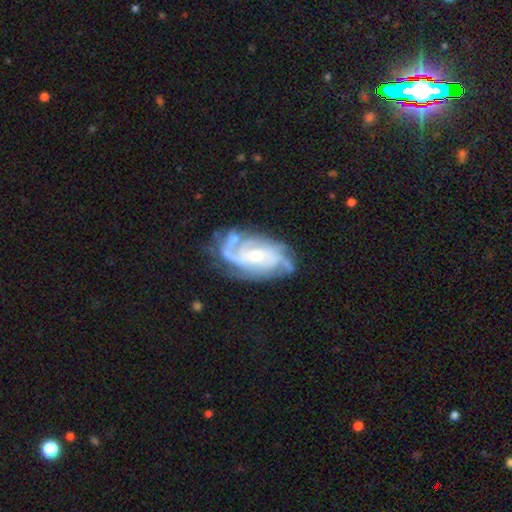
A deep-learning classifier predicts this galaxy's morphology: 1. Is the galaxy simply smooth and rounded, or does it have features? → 88% featured or disk, 6% smooth, 5% star or artifact.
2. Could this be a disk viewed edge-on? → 96% no, 4% yes.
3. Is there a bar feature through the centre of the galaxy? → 56% no, 34% weak, 11% strong.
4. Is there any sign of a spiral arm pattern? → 97% yes, 3% no.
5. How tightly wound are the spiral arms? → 51% tight, 38% medium, 11% loose.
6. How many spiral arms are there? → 29% 3, 21% can't tell, 19% 4, 19% 2, 6% more than 4, 5% 1.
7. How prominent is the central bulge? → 50% small, 46% moderate, 3% large, 1% none, 1% dominant.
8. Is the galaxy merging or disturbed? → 66% none, 21% minor disturbance, 10% major disturbance, 3% merger.